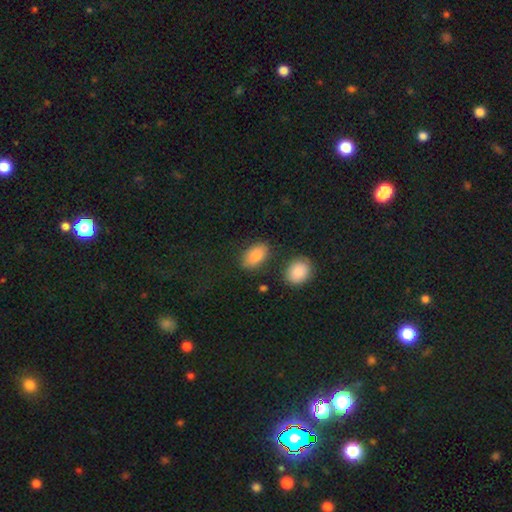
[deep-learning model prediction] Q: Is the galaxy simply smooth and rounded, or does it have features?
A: smooth — 83%.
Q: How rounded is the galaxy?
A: in between — 91%.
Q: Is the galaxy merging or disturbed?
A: none — 78%.